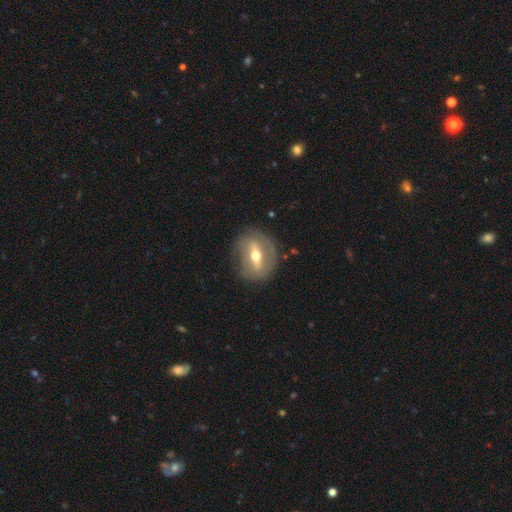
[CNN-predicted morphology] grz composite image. It shows a featured or disk galaxy (73%) with a strong bar (69%), no spiral arms (67%) and a moderate central bulge (71%). Merging: none (78%).